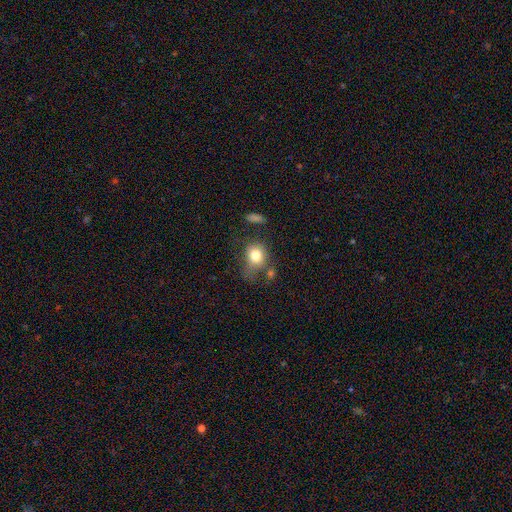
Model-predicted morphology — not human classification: Smooth or featured: smooth — 78% (featured or disk — 12%)
How rounded: round — 60% (in between — 39%)
Merging: none — 44% (minor disturbance — 28%)